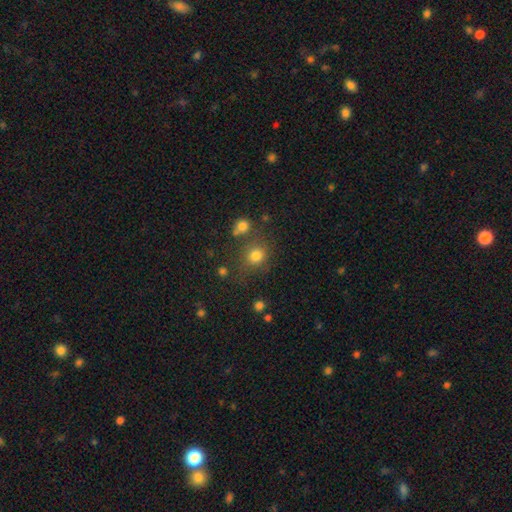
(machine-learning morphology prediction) Smooth or featured? Predicted: smooth (p=0.79). How rounded? Predicted: round (p=0.79). Merging? Predicted: none (p=0.70).